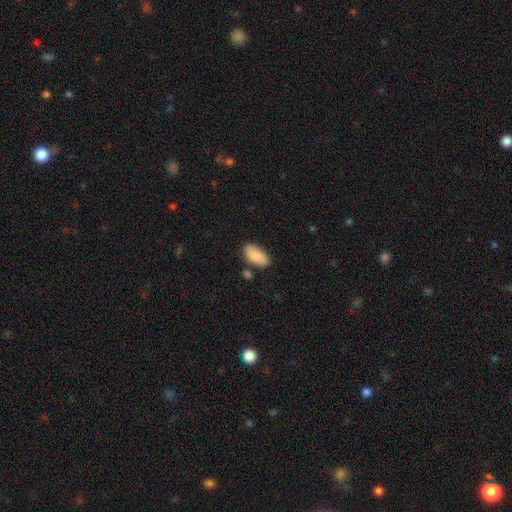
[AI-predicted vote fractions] smooth_or_featured: smooth (p=0.78) [alt: featured or disk p=0.16]
how_rounded: in between (p=0.94) [alt: cigar-shaped p=0.03]
merging: none (p=0.74) [alt: minor disturbance p=0.17]